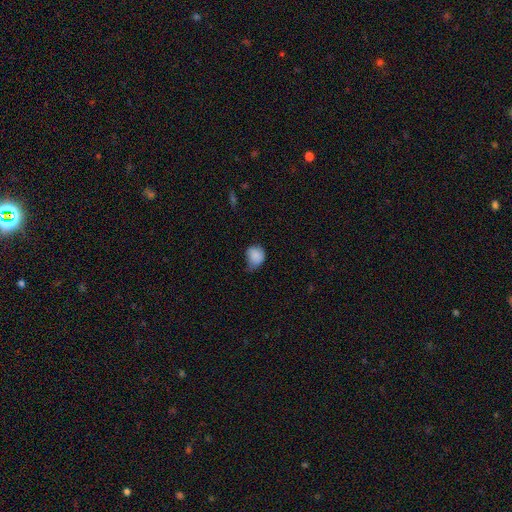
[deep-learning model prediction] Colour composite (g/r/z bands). It shows a smooth galaxy with no disk features (85%) that is round (64%). Merging: minor disturbance (45%).